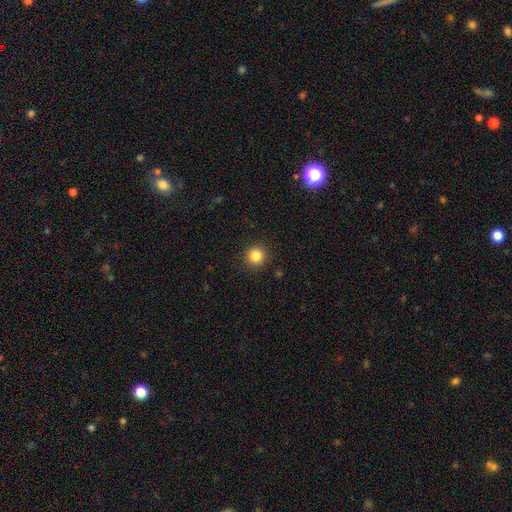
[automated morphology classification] Smooth or featured? smooth (85%)
How rounded? round (94%)
Merging? none (92%)